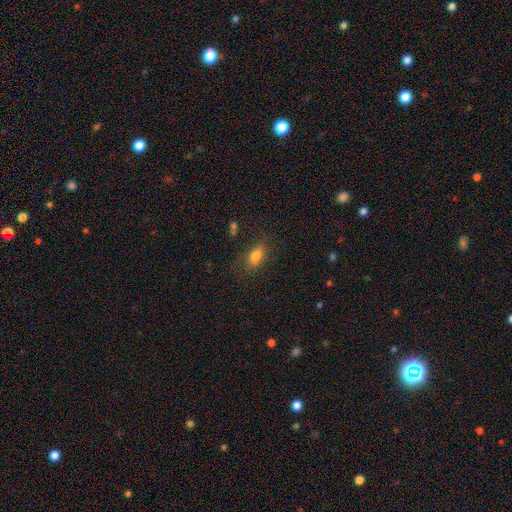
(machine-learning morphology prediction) smooth-or-featured: smooth: 78% | featured or disk: 12% | star or artifact: 10%
  how-rounded: in between: 82% | round: 12% | cigar-shaped: 6%
  merging: none: 73% | minor disturbance: 18% | major disturbance: 7% | merger: 2%